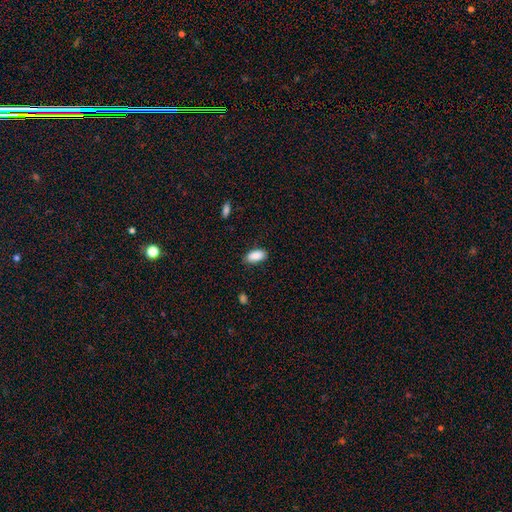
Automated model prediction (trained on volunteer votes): Smooth or featured? Predicted: smooth (p=0.89). How rounded? Predicted: in between (p=0.92). Merging? Predicted: none (p=0.83).